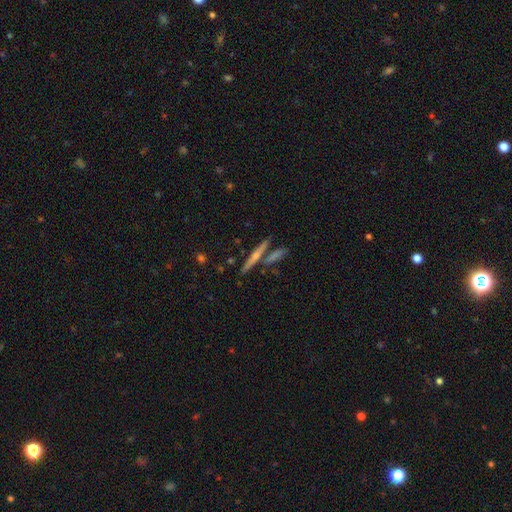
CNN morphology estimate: This is possibly a featured or disk galaxy (56%). It is clearly viewed edge-on (96%). Edge-on bulge: likely rounded (66%). Merging: likely none (74%).